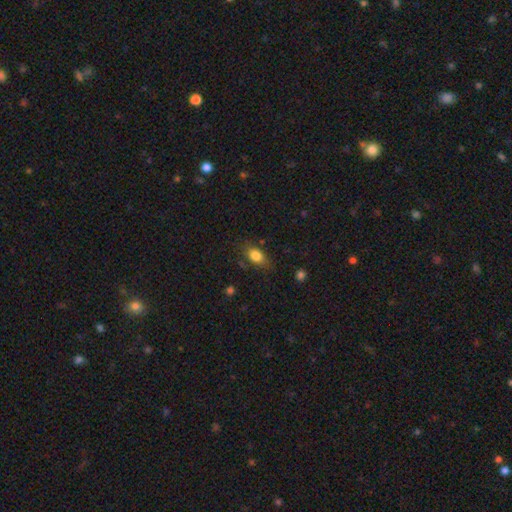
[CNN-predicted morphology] Q: Smooth or featured?
A: smooth (81%); runner-up: featured or disk (10%)
Q: How rounded?
A: in between (81%); runner-up: round (15%)
Q: Merging?
A: none (73%); runner-up: minor disturbance (19%)